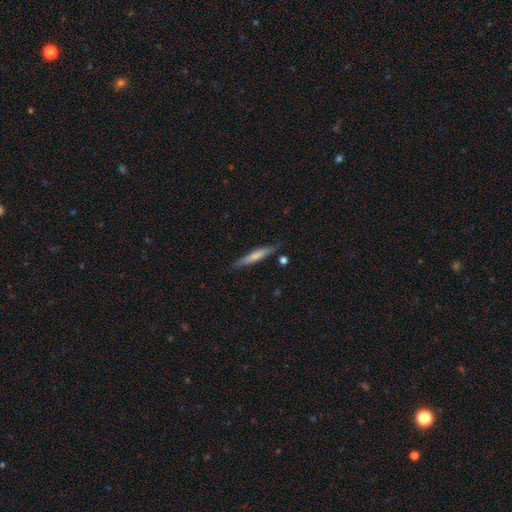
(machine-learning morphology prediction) Smooth or featured?
  - smooth: 64% *
  - featured or disk: 30%
  - star or artifact: 6%
How rounded?
  - cigar-shaped: 93% *
  - in between: 6%
  - round: 1%
Merging?
  - none: 83% *
  - minor disturbance: 12%
  - merger: 3%
  - major disturbance: 2%